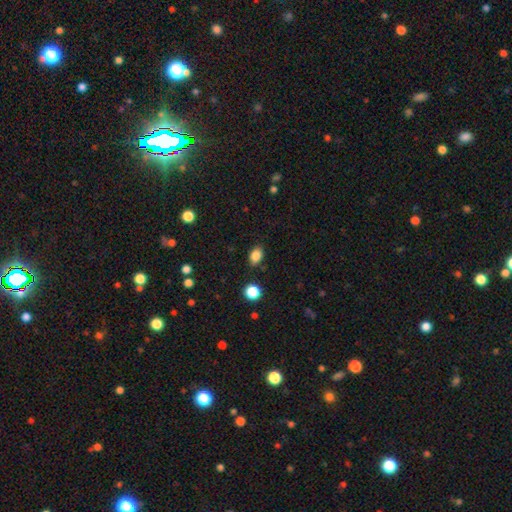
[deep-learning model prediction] smooth_or_featured: smooth (p=0.85) [alt: star or artifact p=0.10]
how_rounded: in between (p=0.78) [alt: round p=0.20]
merging: none (p=0.84) [alt: minor disturbance p=0.11]